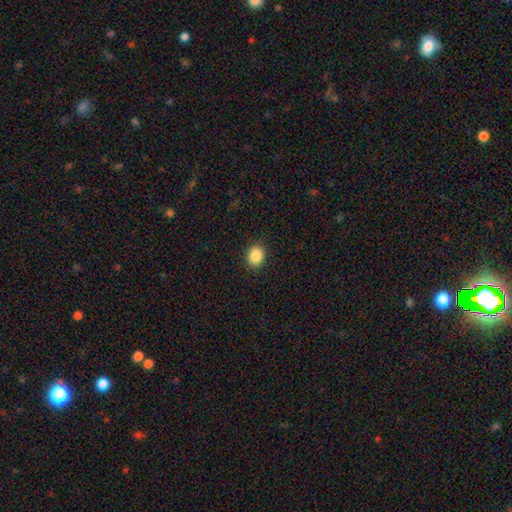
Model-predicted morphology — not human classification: This is clearly a smooth galaxy (88%). How rounded: possibly round (57%). Merging: clearly none (90%).